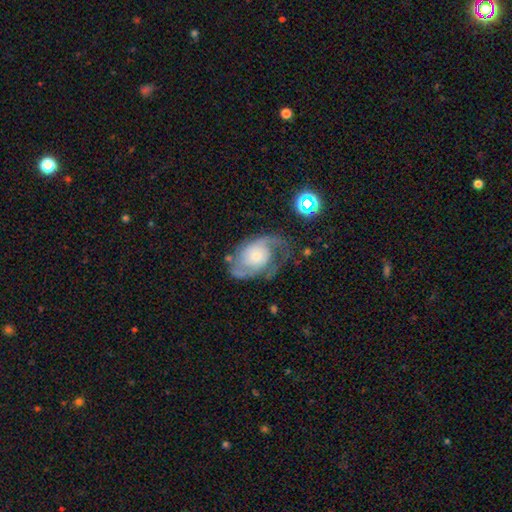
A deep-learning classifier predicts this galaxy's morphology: This is clearly a featured or disk galaxy (82%). It is clearly not viewed edge-on (97%). Bar: likely no (72%). Spiral arm pattern: clearly yes (94%). Spiral arm count: likely 2 (78%). Spiral winding: possibly medium (47%). Central bulge: possibly small (50%). Merging: possibly none (58%).